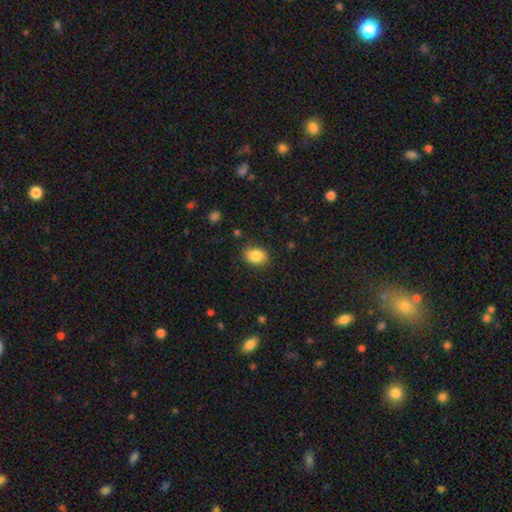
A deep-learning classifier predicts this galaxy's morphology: Overall: smooth (86%). How rounded: in between (71%). Merging: none (85%).